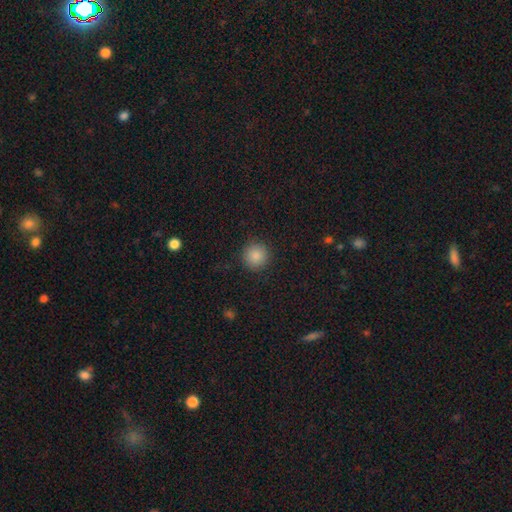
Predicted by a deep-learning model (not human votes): This is clearly a smooth galaxy (86%). How rounded: clearly round (95%). Merging: clearly none (91%).